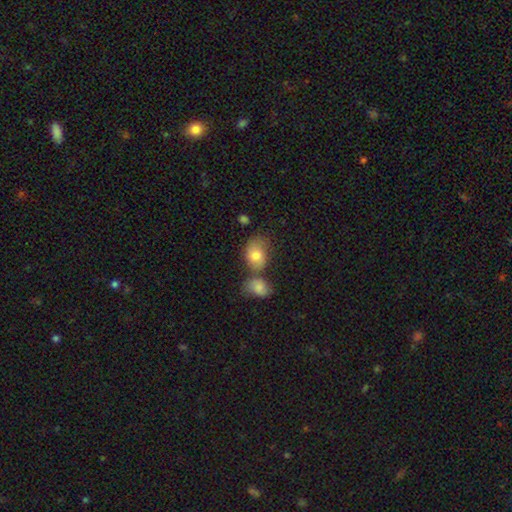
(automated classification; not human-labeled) Smooth or featured: smooth — 76% (featured or disk — 16%)
How rounded: in between — 70% (round — 29%)
Merging: merger — 38% (none — 36%)